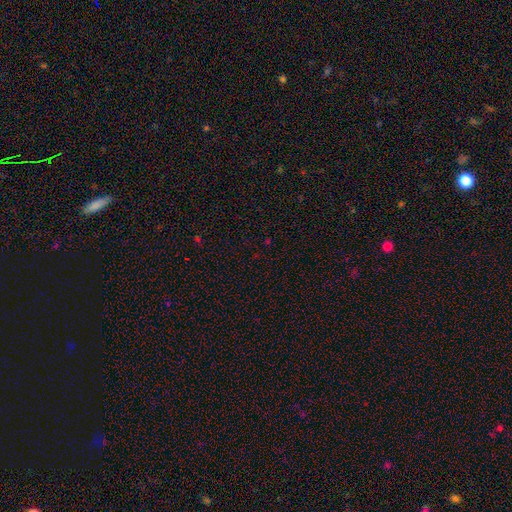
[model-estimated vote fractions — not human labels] A star or artifact, not a galaxy (66%).

Vote fractions:
- Smooth or featured? star or artifact: 66% / smooth: 27% / featured or disk: 7%